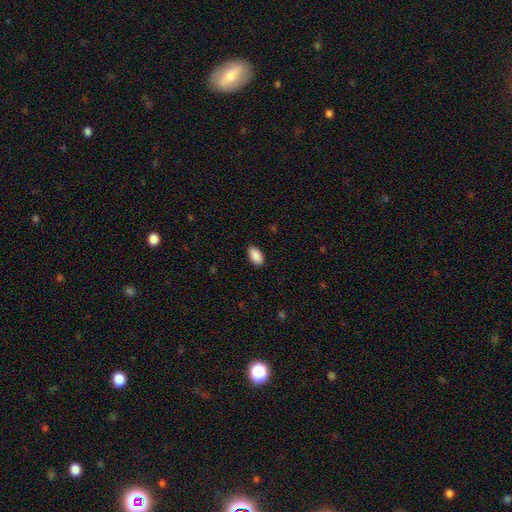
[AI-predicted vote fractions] This is clearly a smooth galaxy (90%). How rounded: clearly in between (95%). Merging: clearly none (89%).